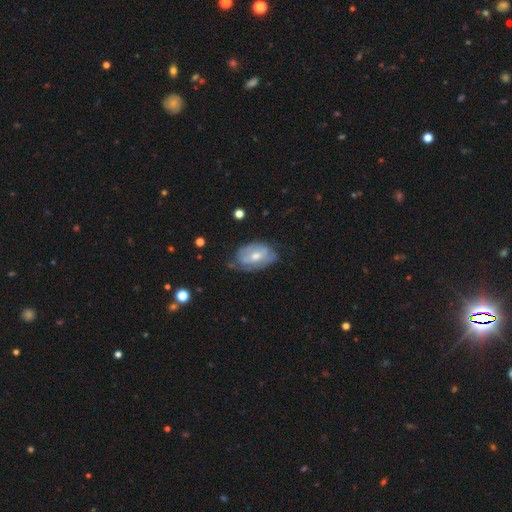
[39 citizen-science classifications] A featured or disk galaxy (54%) with no bar (67%), 2 (55%) tight (73%) spiral arms (52%) and a moderate central bulge (81%). Merging: none (56%).